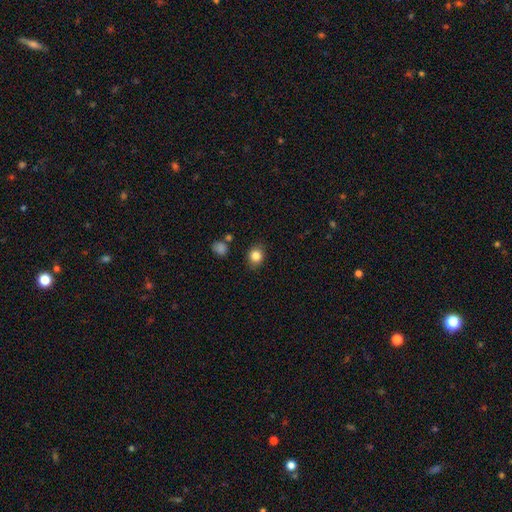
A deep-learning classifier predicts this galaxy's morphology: smooth_or_featured: smooth (p=0.84) [alt: star or artifact p=0.11]
how_rounded: round (p=0.73) [alt: in between p=0.26]
merging: none (p=0.85) [alt: minor disturbance p=0.10]